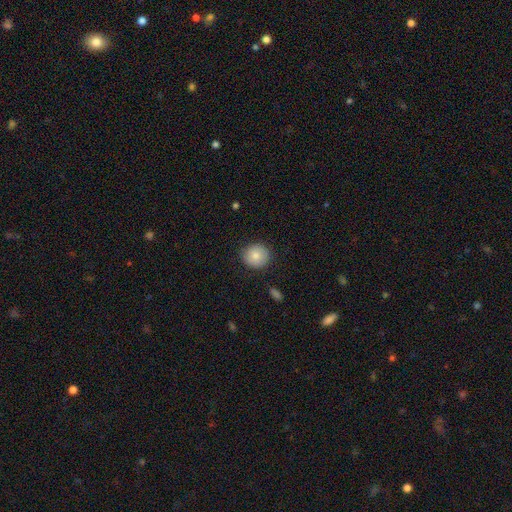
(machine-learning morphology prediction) This appears to be a smooth galaxy with no disk features (82%) that is round (87%). Merging: none (85%).